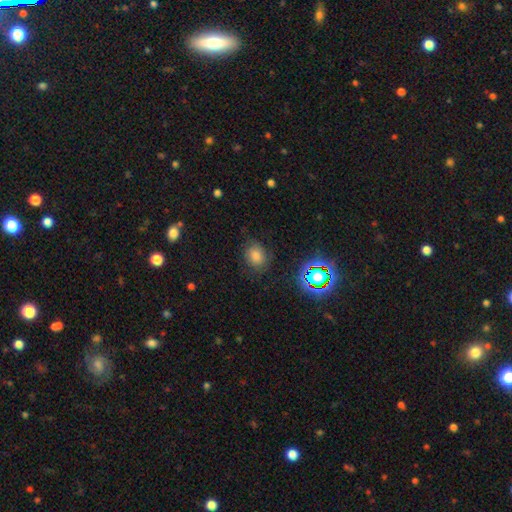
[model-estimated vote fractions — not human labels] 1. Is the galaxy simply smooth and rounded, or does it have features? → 71% smooth, 20% star or artifact, 9% featured or disk.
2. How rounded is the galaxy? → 54% round, 45% in between, 1% cigar-shaped.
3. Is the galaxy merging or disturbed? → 77% none, 16% minor disturbance, 5% major disturbance, 2% merger.